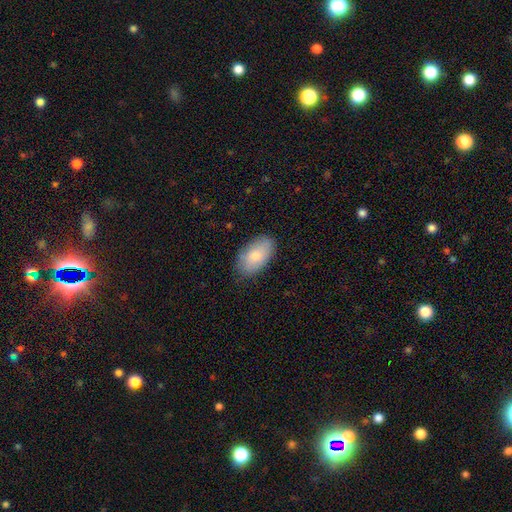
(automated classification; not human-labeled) Smooth or featured? smooth (82%)
How rounded? in between (95%)
Merging? none (80%)